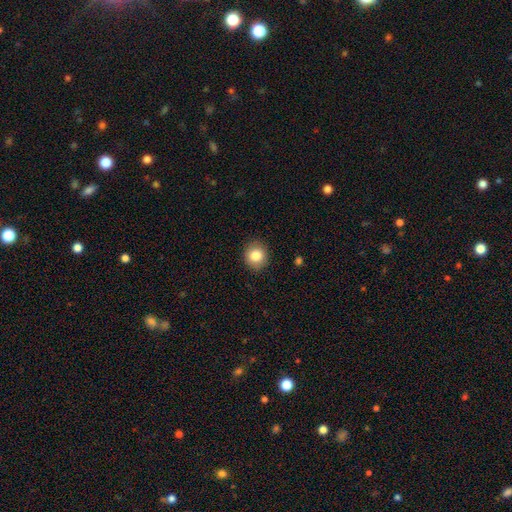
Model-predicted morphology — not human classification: This appears to be a smooth galaxy with no disk features (84%) that is round (83%). Merging: none (89%).